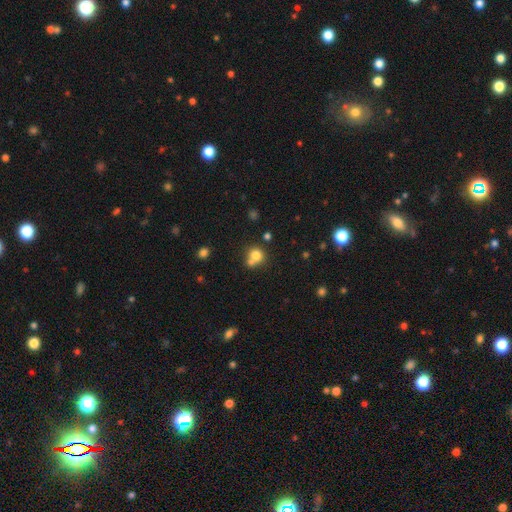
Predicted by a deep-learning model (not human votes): Smooth or featured? smooth (77%)
How rounded? round (84%)
Merging? none (45%)